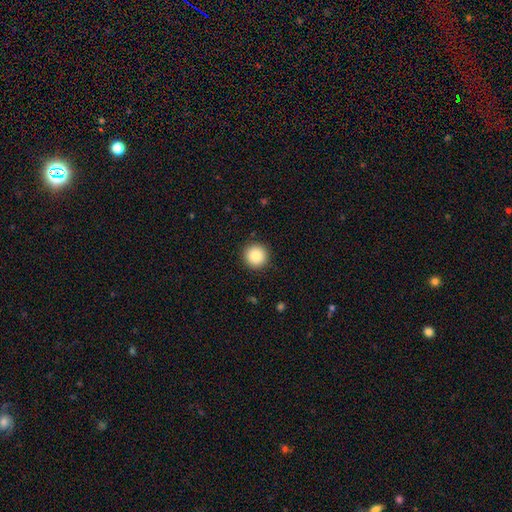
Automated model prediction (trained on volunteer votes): smooth 87%, star or artifact 9%, featured or disk 5%. Down the decision tree: how rounded — round (96%); merging — none (92%).